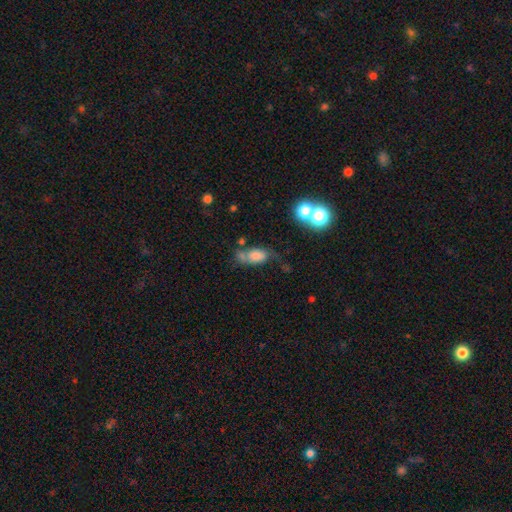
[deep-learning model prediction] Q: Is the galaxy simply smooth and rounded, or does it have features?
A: smooth — 61%.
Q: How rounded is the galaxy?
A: in between — 82%.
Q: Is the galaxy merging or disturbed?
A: none — 41%.